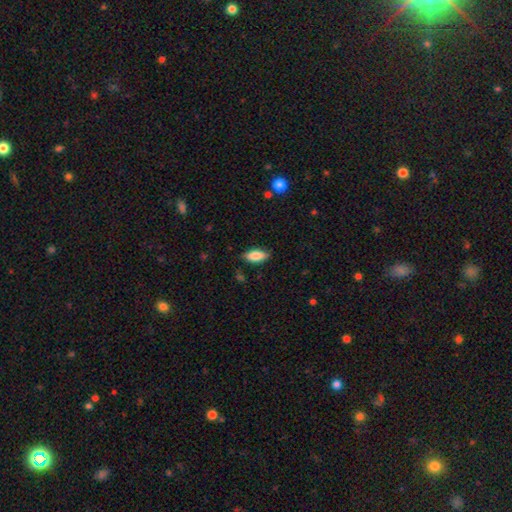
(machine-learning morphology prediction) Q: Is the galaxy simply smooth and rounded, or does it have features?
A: smooth — 81%.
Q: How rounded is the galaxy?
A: in between — 83%.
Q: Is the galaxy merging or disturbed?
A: none — 83%.